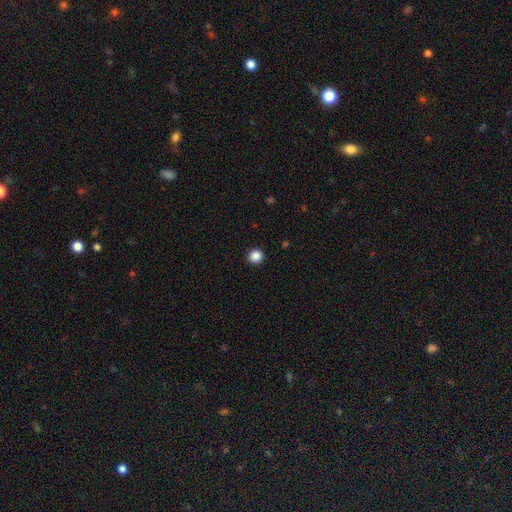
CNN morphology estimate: A smooth galaxy with no disk features (87%) that is round (94%). Merging: none (93%).